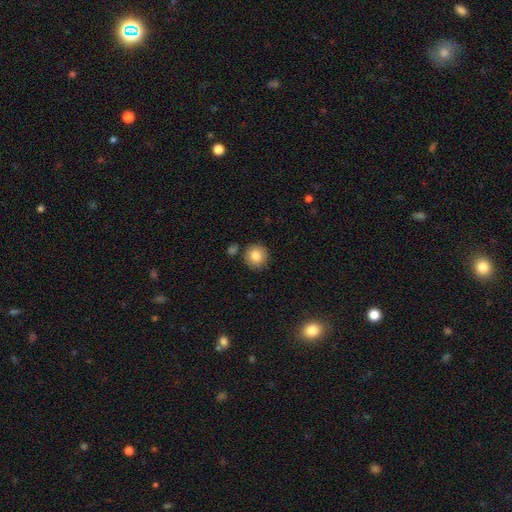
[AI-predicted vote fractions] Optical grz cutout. It shows a smooth galaxy with no disk features (84%) that is round (92%). Merging: none (84%).